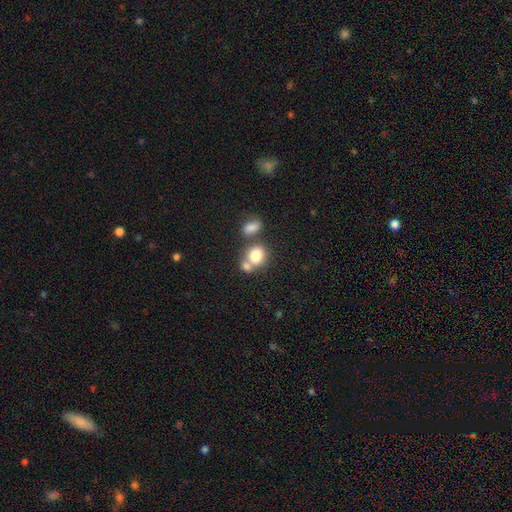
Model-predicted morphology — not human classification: smooth_or_featured: smooth (p=0.79) [alt: featured or disk p=0.11]
how_rounded: round (p=0.62) [alt: in between p=0.36]
merging: merger (p=0.46) [alt: none p=0.40]